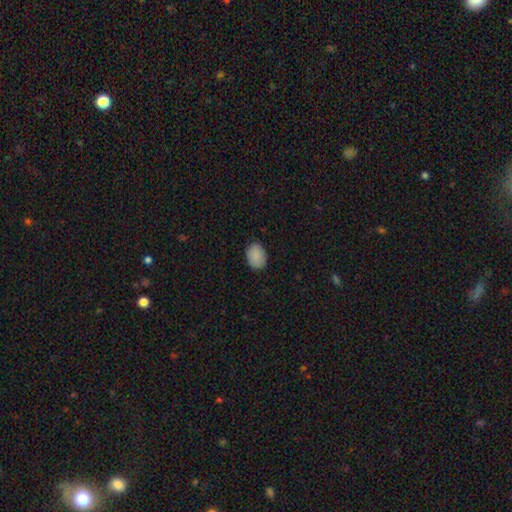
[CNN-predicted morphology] Q: Smooth or featured?
A: smooth (88%); runner-up: star or artifact (8%)
Q: How rounded?
A: in between (73%); runner-up: round (26%)
Q: Merging?
A: none (84%); runner-up: minor disturbance (13%)